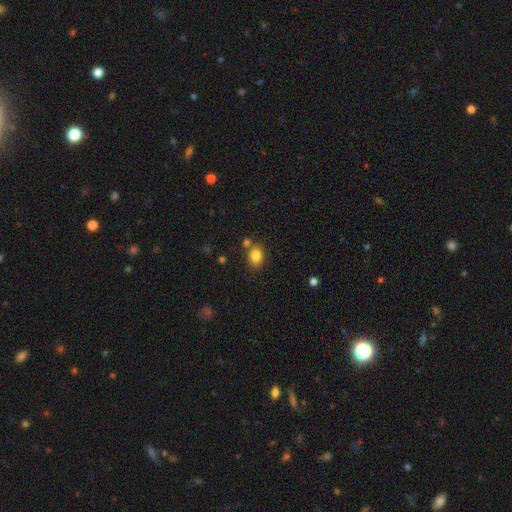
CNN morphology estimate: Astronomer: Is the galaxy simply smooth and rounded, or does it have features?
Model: smooth — 83%.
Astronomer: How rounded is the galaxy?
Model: round — 53% (runner-up: in between, 46%).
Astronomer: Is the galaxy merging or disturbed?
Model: none — 75%.